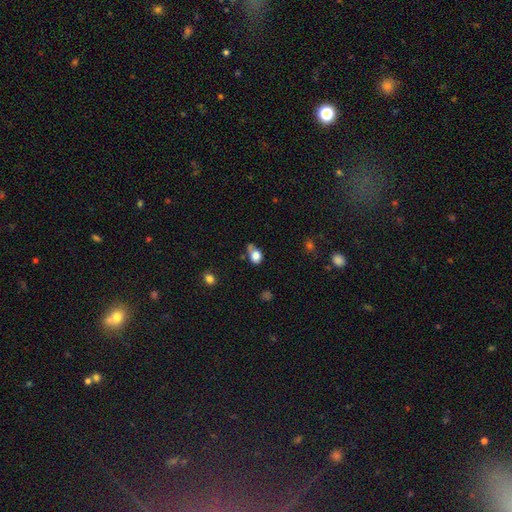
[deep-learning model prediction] This is likely a smooth galaxy (79%). How rounded: possibly in between (59%). Merging: marginally none (39%).